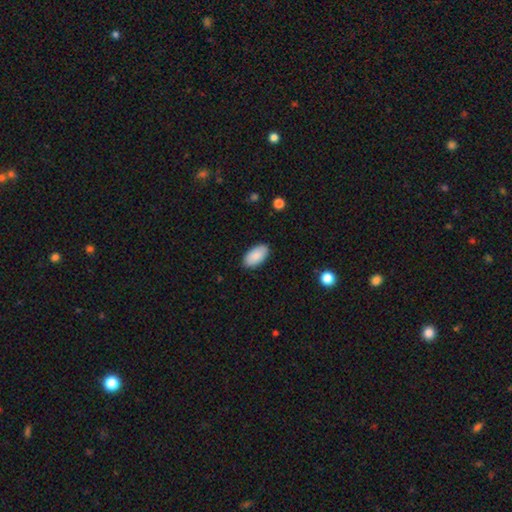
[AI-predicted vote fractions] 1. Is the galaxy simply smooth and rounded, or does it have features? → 90% smooth, 6% star or artifact, 4% featured or disk.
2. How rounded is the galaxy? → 96% in between, 2% round, 2% cigar-shaped.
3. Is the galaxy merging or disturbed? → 89% none, 8% minor disturbance, 2% major disturbance, 1% merger.